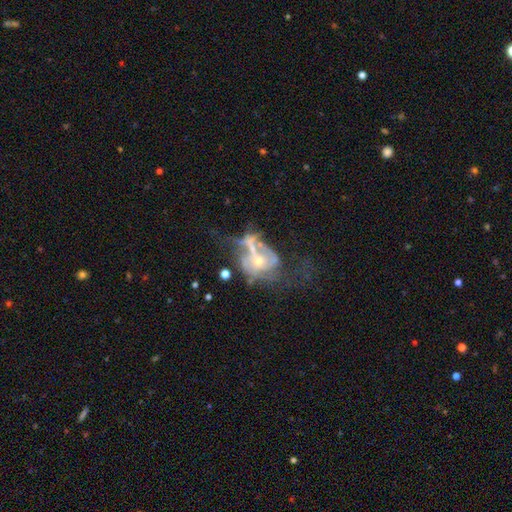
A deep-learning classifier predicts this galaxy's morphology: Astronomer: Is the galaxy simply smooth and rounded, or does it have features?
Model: featured or disk — 71%.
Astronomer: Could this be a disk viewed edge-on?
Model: no — 95%.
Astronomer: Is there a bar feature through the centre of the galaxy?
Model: no — 75%.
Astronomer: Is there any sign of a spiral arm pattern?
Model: yes — 52% (runner-up: no, 48%).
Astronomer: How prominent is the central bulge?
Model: small — 52% (runner-up: moderate, 41%).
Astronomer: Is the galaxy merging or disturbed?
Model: major disturbance — 34%, tied with merger at 34%.